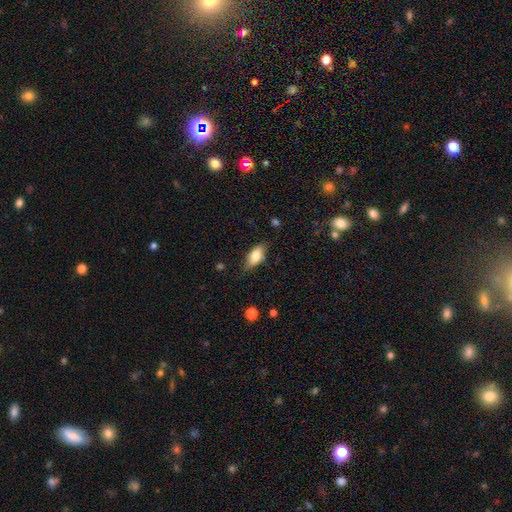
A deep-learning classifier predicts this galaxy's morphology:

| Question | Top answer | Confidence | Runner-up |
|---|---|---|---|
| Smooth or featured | smooth | 70% | featured or disk (23%) |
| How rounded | in between | 82% | cigar-shaped (14%) |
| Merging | none | 72% | minor disturbance (22%) |